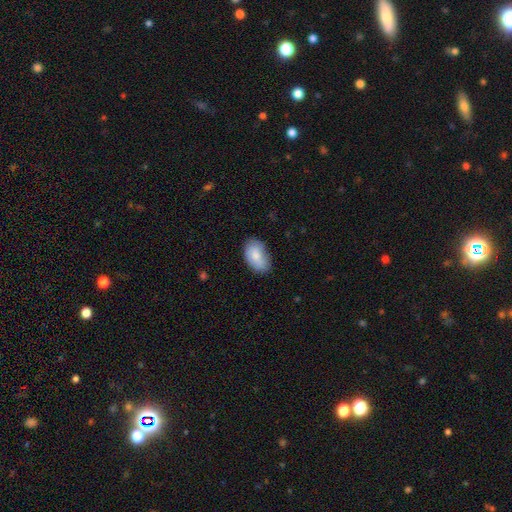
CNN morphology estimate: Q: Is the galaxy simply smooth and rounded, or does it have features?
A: smooth — 82%.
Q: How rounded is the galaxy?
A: in between — 93%.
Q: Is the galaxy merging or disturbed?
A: none — 72%.